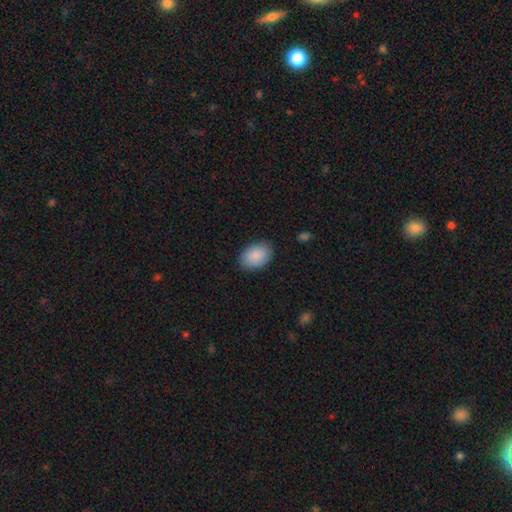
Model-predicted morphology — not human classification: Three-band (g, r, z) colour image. It shows a smooth galaxy with no disk features (90%) that is in between round and cigar-shaped (86%). Merging: none (86%).